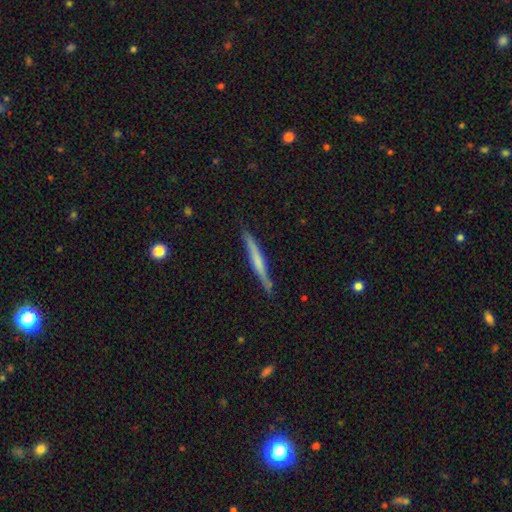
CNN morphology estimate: A featured or disk galaxy (56%) viewed edge-on (97%) with no central bulge (56%). Merging: none (87%).